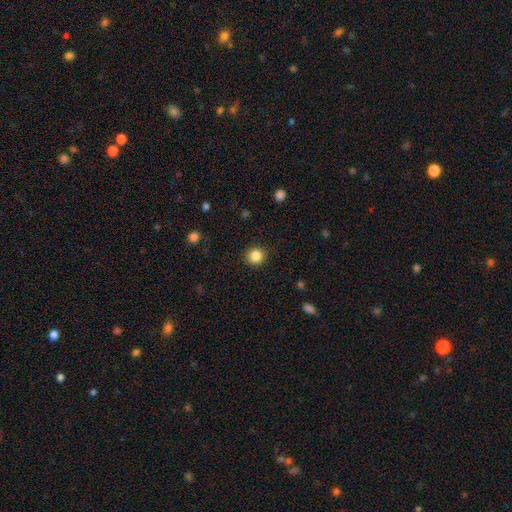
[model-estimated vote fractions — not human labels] smooth-or-featured: smooth: 85% | star or artifact: 11% | featured or disk: 4%
  how-rounded: round: 90% | in between: 9% | cigar-shaped: 1%
  merging: none: 90% | minor disturbance: 7% | major disturbance: 2% | merger: 1%